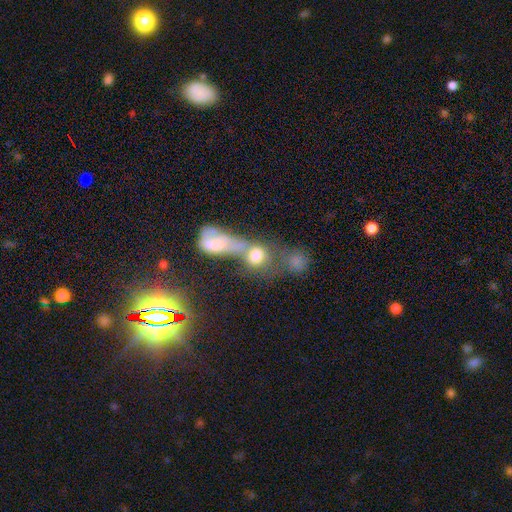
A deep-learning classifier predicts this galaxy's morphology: Smooth or featured? smooth (65%)
How rounded? round (56%)
Merging? merger (62%)